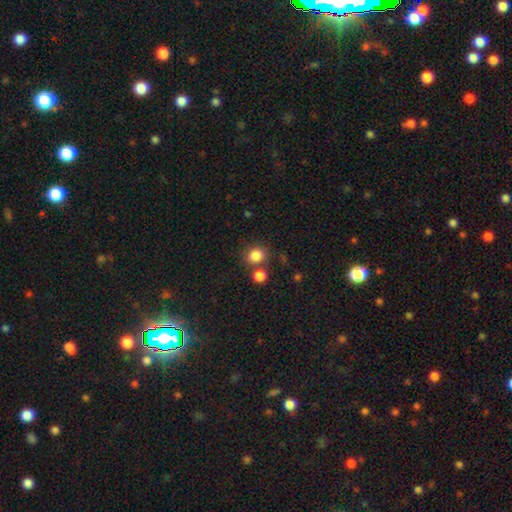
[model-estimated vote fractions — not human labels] smooth-or-featured: smooth: 84% | star or artifact: 11% | featured or disk: 5%
  how-rounded: round: 71% | in between: 28% | cigar-shaped: 1%
  merging: none: 67% | merger: 19% | minor disturbance: 10% | major disturbance: 4%